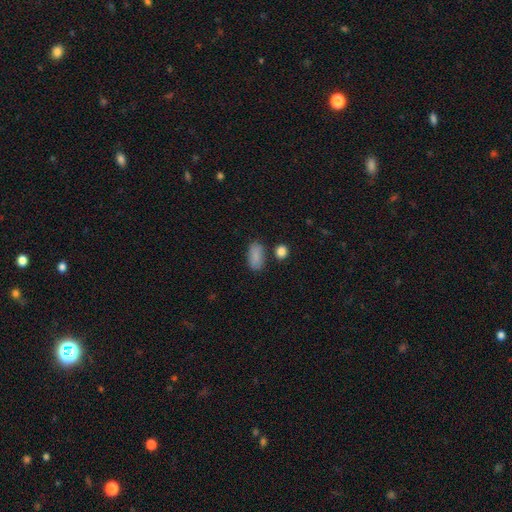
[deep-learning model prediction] smooth-or-featured: smooth: 86% | star or artifact: 8% | featured or disk: 6%
  how-rounded: in between: 91% | round: 6% | cigar-shaped: 3%
  merging: none: 71% | minor disturbance: 17% | merger: 8% | major disturbance: 5%